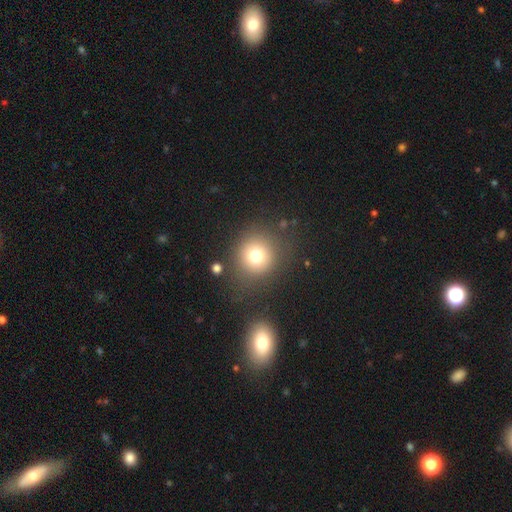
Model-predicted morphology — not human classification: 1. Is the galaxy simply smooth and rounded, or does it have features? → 75% smooth, 15% star or artifact, 11% featured or disk.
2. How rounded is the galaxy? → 90% round, 9% in between, 1% cigar-shaped.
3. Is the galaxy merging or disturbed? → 82% none, 9% minor disturbance, 5% major disturbance, 3% merger.